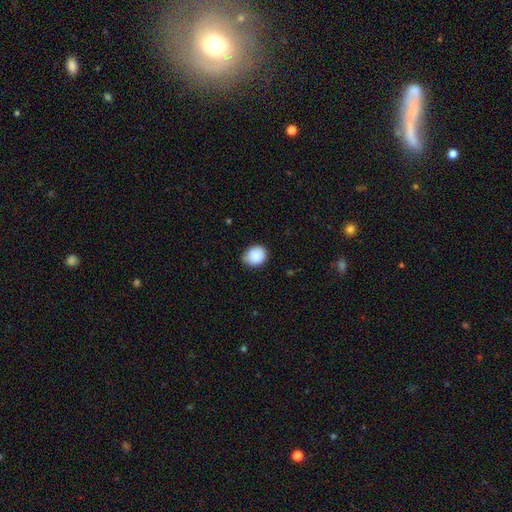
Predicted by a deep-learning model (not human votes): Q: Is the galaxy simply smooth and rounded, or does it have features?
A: smooth — 88%.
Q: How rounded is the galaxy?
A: round — 69%.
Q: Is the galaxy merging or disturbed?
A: none — 74%.